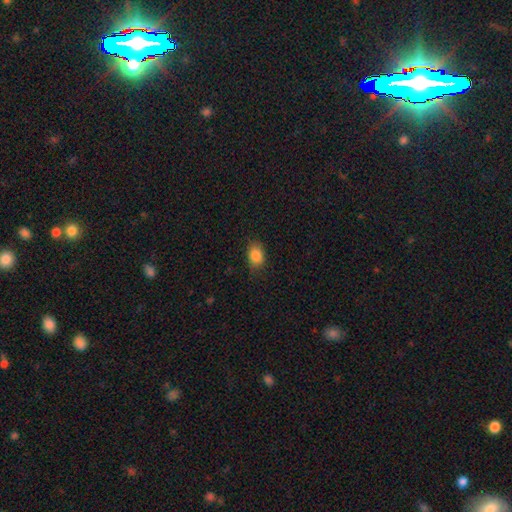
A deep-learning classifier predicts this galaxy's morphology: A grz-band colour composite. It shows a smooth galaxy with no disk features (86%) that is in between round and cigar-shaped (74%). Merging: none (81%).